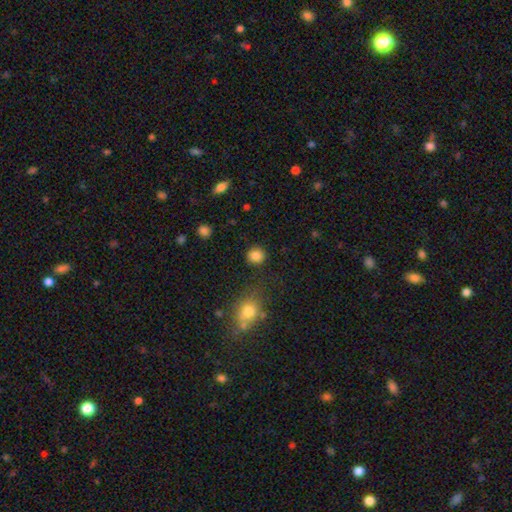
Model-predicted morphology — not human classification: Q: Smooth or featured?
A: smooth (85%); runner-up: star or artifact (10%)
Q: How rounded?
A: round (85%); runner-up: in between (14%)
Q: Merging?
A: none (87%); runner-up: minor disturbance (7%)